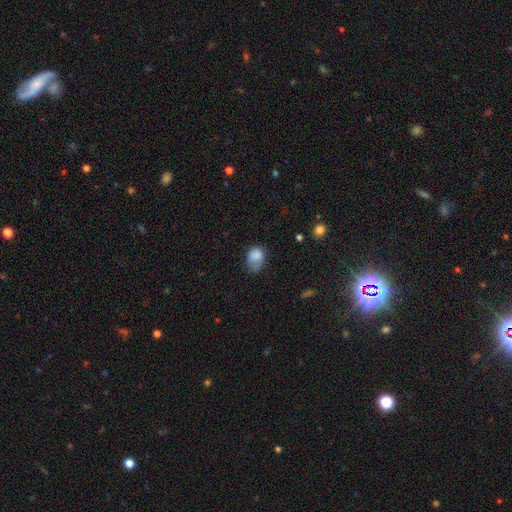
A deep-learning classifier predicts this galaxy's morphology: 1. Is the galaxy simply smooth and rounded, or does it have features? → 81% smooth, 11% featured or disk, 8% star or artifact.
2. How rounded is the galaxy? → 67% in between, 32% round, 1% cigar-shaped.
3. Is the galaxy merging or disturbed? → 38% minor disturbance, 37% none, 22% major disturbance, 3% merger.